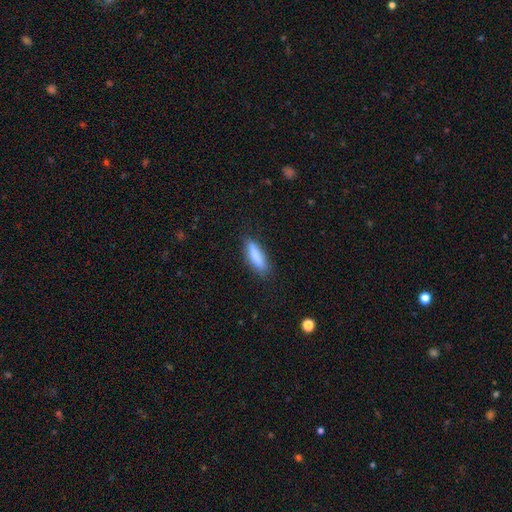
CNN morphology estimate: Smooth or featured? Predicted: smooth (p=0.84). How rounded? Predicted: cigar-shaped (p=0.63). Merging? Predicted: none (p=0.81).